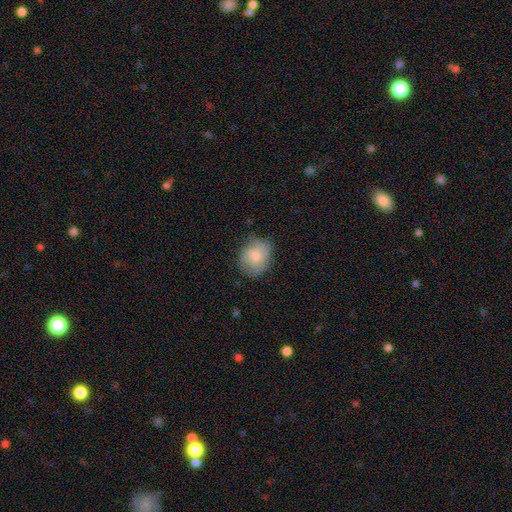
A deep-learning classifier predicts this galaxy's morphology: A smooth galaxy with no disk features (57%) that is round (63%).

Vote fractions:
- Smooth or featured? smooth: 57% / featured or disk: 35% / star or artifact: 7%
- How rounded? round: 63% / in between: 36% / cigar-shaped: 1%
- Merging? none: 64% / minor disturbance: 26% / major disturbance: 9% / merger: 1%